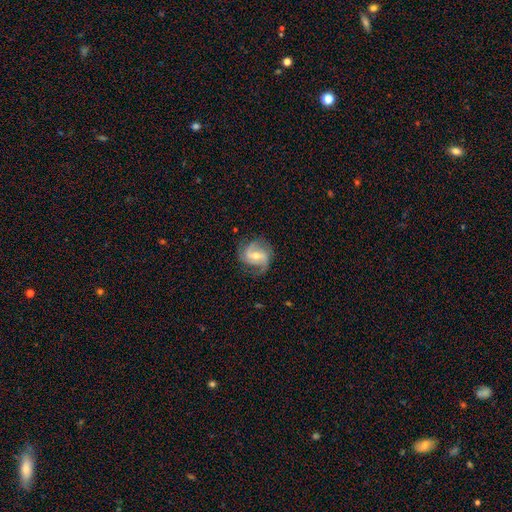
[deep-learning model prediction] smooth_or_featured: featured or disk (p=0.83) [alt: smooth p=0.12]
disk_edge_on: no (p=0.98) [alt: yes p=0.02]
bar: weak (p=0.50) [alt: strong p=0.26]
has_spiral_arms: yes (p=0.95) [alt: no p=0.05]
spiral_winding: medium (p=0.47) [alt: loose p=0.31]
spiral_arm_count: 2 (p=0.68) [alt: 3 p=0.14]
bulge_size: moderate (p=0.56) [alt: small p=0.39]
merging: none (p=0.70) [alt: minor disturbance p=0.19]